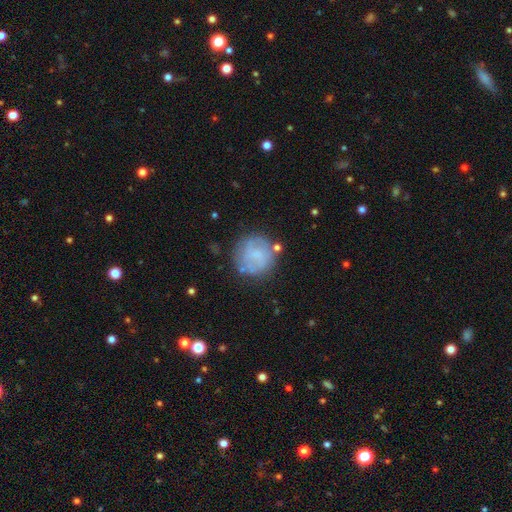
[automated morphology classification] The model was most divided on "smooth or featured": smooth: 52%, featured or disk: 39%, star or artifact: 9%. More confident: how rounded — round (92%); merging — none (69%).